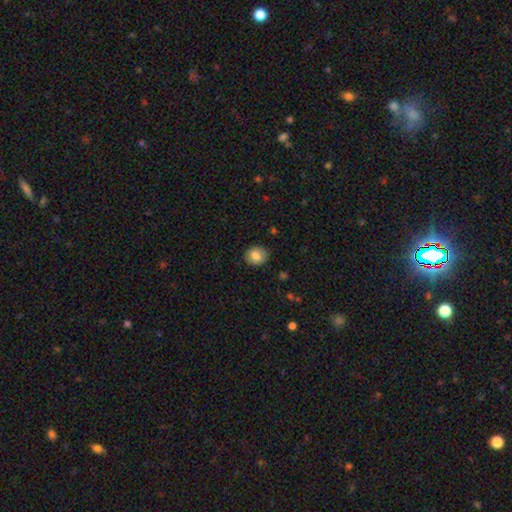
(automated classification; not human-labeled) This appears to be a smooth galaxy with no disk features (81%) that is round (66%). Merging: none (87%).